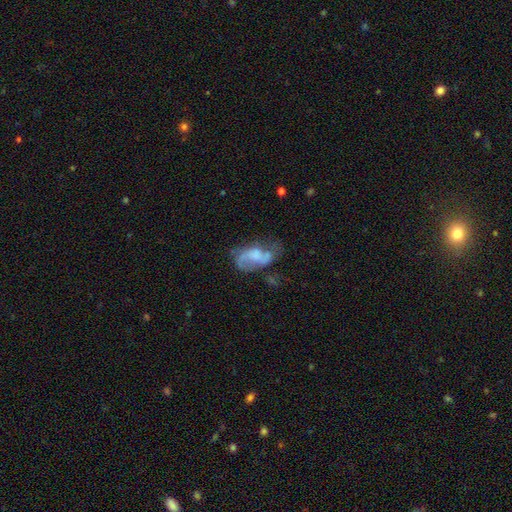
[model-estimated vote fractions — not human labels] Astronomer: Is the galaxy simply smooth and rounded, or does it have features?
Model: featured or disk — 62%.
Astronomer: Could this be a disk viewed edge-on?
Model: no — 96%.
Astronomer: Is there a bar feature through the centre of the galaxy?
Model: no — 63%.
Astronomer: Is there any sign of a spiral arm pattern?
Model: yes — 74%.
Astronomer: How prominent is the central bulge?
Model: none — 36% (runner-up: moderate, 26%).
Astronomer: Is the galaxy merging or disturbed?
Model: none — 36% (runner-up: major disturbance, 30%).